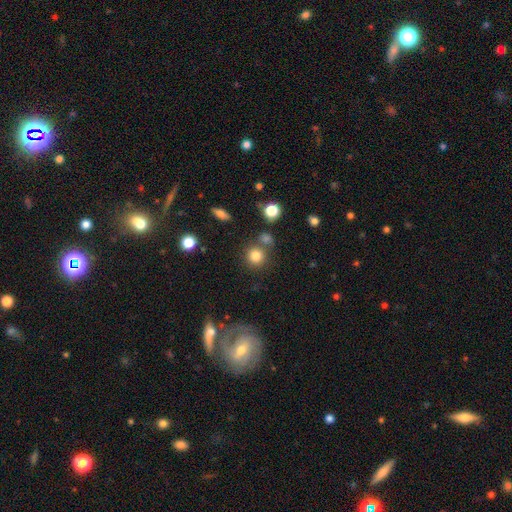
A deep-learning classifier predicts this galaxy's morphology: Q: Smooth or featured?
A: smooth (81%); runner-up: star or artifact (12%)
Q: How rounded?
A: round (90%); runner-up: in between (9%)
Q: Merging?
A: none (72%); runner-up: merger (14%)